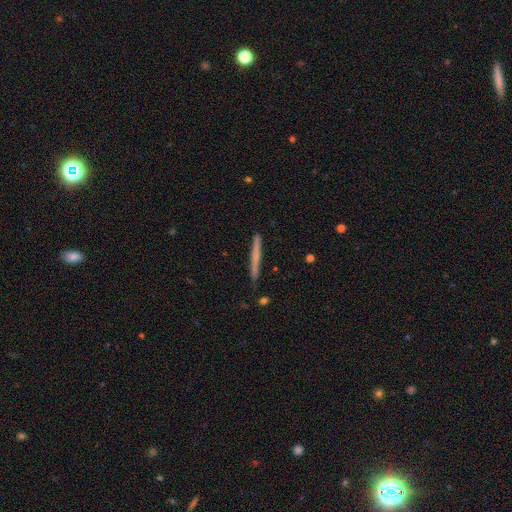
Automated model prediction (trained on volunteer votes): Smooth or featured? Predicted: smooth (p=0.59). How rounded? Predicted: cigar-shaped (p=0.97). Merging? Predicted: none (p=0.90).